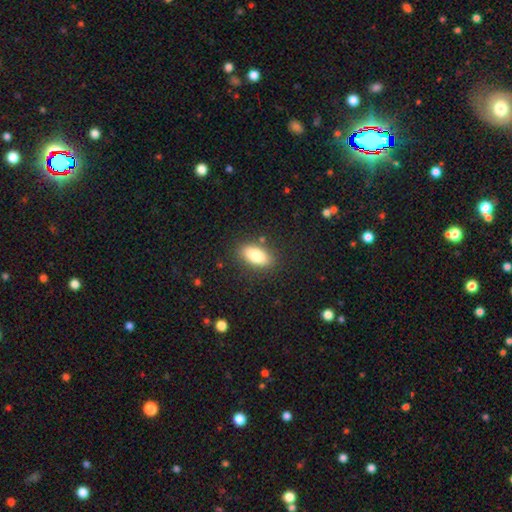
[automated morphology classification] Q: Smooth or featured?
A: smooth (82%); runner-up: featured or disk (10%)
Q: How rounded?
A: in between (89%); runner-up: cigar-shaped (7%)
Q: Merging?
A: none (85%); runner-up: minor disturbance (10%)